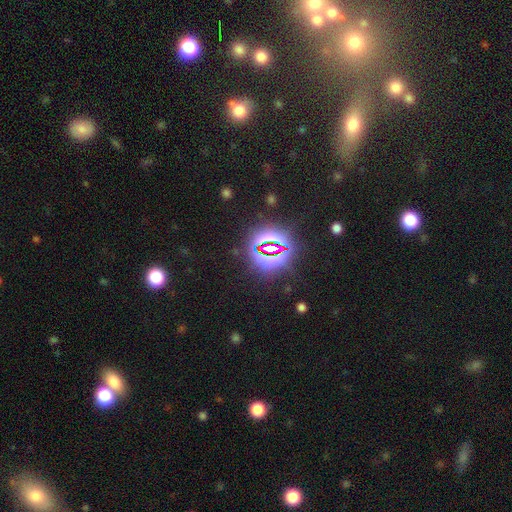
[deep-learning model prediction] star or artifact 70%, smooth 18%, featured or disk 13%.